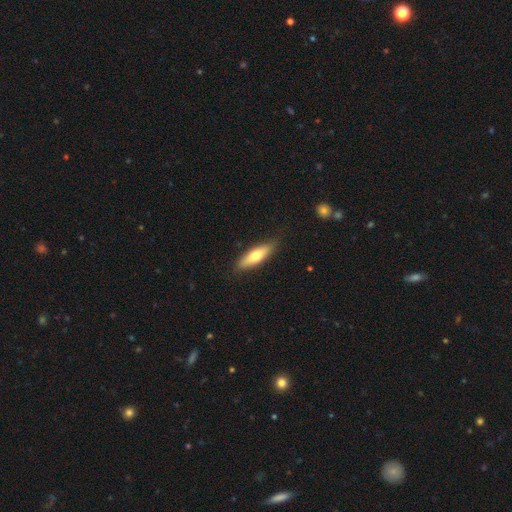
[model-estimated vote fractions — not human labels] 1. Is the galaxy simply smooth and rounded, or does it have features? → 67% smooth, 27% featured or disk, 5% star or artifact.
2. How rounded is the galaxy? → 49% cigar-shaped (tied), 49% in between (tied), 2% round.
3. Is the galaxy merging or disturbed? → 85% none, 12% minor disturbance, 2% major disturbance, 1% merger.